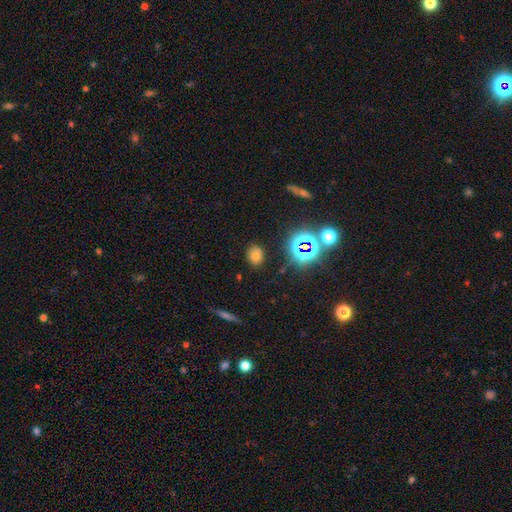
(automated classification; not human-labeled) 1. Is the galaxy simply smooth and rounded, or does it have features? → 66% smooth, 25% star or artifact, 9% featured or disk.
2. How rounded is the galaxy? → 60% round, 39% in between, 1% cigar-shaped.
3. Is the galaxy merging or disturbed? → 85% none, 10% minor disturbance, 3% major disturbance, 2% merger.